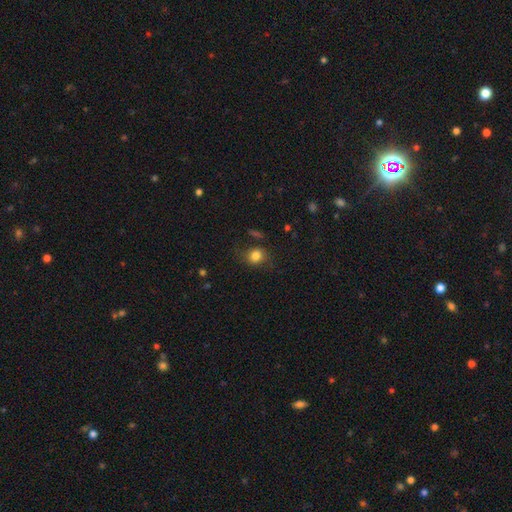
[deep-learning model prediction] This appears to be a smooth galaxy with no disk features (81%) that is round (62%). Merging: none (69%).